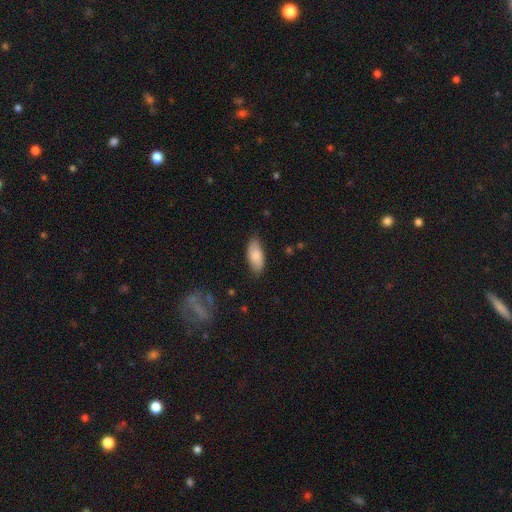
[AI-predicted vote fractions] Smooth or featured: smooth — 82% (featured or disk — 12%)
How rounded: in between — 85% (cigar-shaped — 13%)
Merging: none — 82% (minor disturbance — 14%)